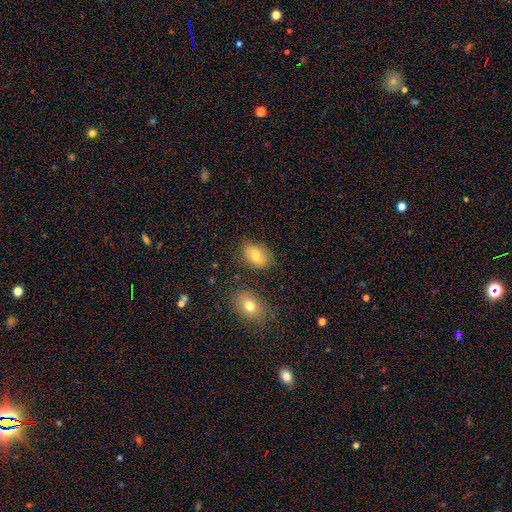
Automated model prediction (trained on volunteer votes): Smooth or featured: smooth — 73% (featured or disk — 16%)
How rounded: in between — 83% (round — 15%)
Merging: none — 80% (minor disturbance — 13%)